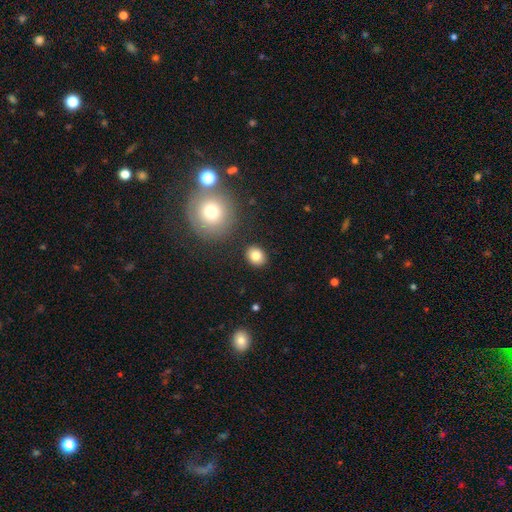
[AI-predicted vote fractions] A smooth galaxy with no disk features (82%) that is round (53%). Merging: none (87%).